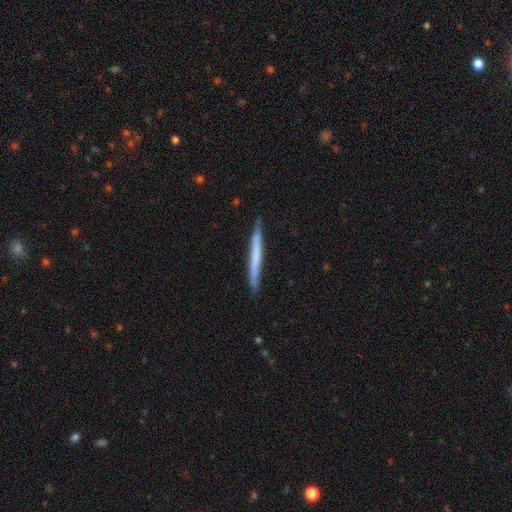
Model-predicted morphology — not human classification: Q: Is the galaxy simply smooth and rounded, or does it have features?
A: smooth — 52%.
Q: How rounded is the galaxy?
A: cigar-shaped — 97%.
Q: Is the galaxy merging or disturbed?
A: none — 85%.